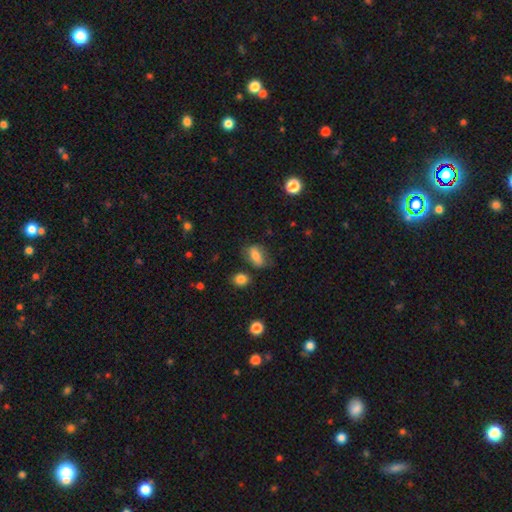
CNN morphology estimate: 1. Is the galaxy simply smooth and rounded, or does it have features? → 73% smooth, 18% featured or disk, 9% star or artifact.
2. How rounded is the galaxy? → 82% in between, 11% round, 8% cigar-shaped.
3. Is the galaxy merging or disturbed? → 65% none, 22% minor disturbance, 8% major disturbance, 5% merger.